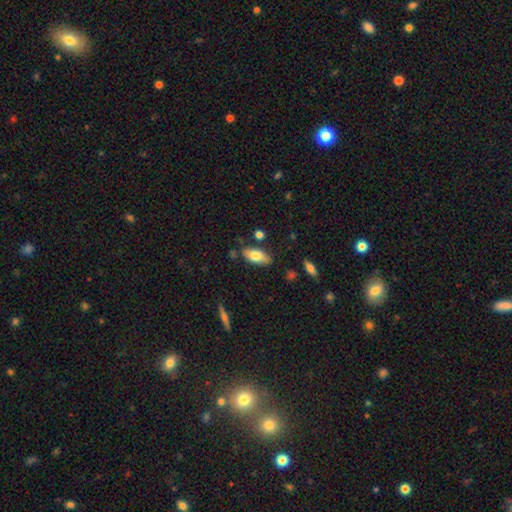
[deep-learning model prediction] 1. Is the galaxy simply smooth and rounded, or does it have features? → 76% smooth, 17% featured or disk, 7% star or artifact.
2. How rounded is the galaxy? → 87% in between, 10% cigar-shaped, 2% round.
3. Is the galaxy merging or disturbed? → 78% none, 15% minor disturbance, 4% merger, 3% major disturbance.